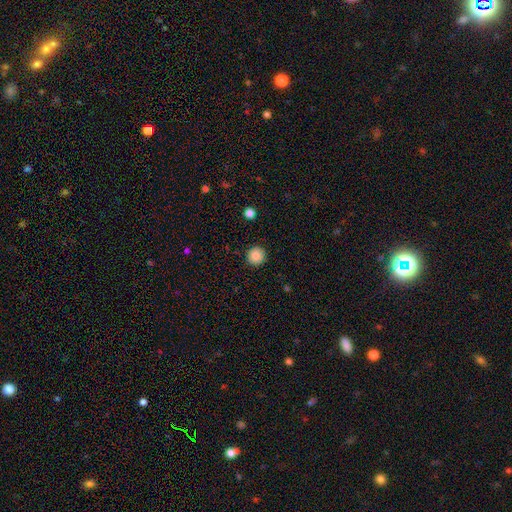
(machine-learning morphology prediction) A smooth galaxy with no disk features (87%) that is round (95%). Merging: none (92%).